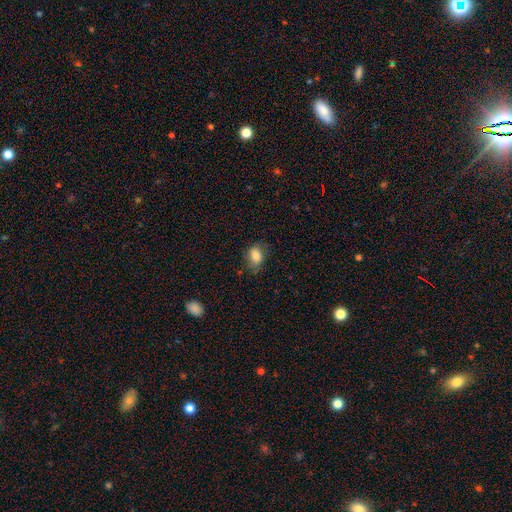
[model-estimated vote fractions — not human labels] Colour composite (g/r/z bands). It shows a smooth galaxy with no disk features (80%) that is in between round and cigar-shaped (73%). Merging: none (67%).